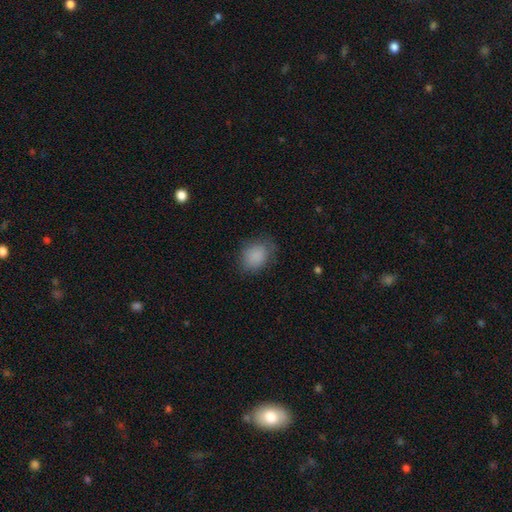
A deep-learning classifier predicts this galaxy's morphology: Smooth or featured? Predicted: smooth (p=0.87). How rounded? Predicted: in between (p=0.54). Merging? Predicted: none (p=0.73).